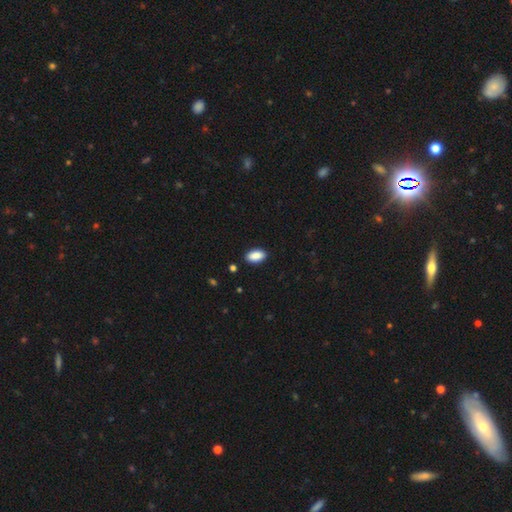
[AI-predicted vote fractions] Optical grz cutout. It shows a smooth galaxy with no disk features (89%) that is in between round and cigar-shaped (93%). Merging: none (89%).